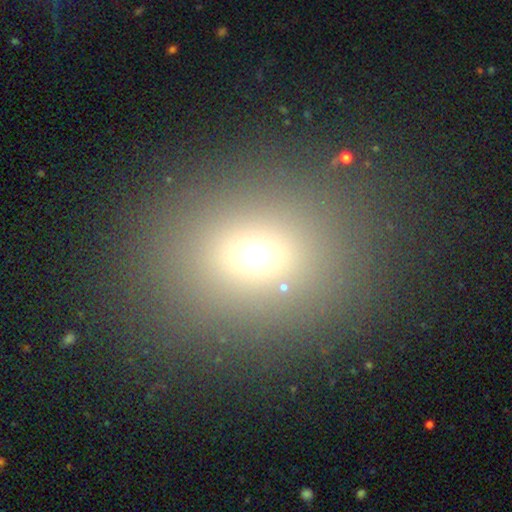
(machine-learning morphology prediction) smooth-or-featured: smooth: 66% | star or artifact: 22% | featured or disk: 11%
  how-rounded: round: 60% | in between: 39% | cigar-shaped: 1%
  merging: none: 83% | minor disturbance: 9% | major disturbance: 5% | merger: 3%